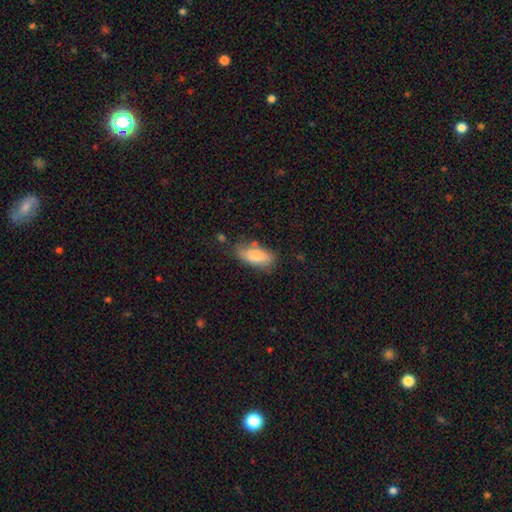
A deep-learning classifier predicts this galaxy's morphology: Smooth or featured? smooth (83%)
How rounded? in between (86%)
Merging? none (69%)